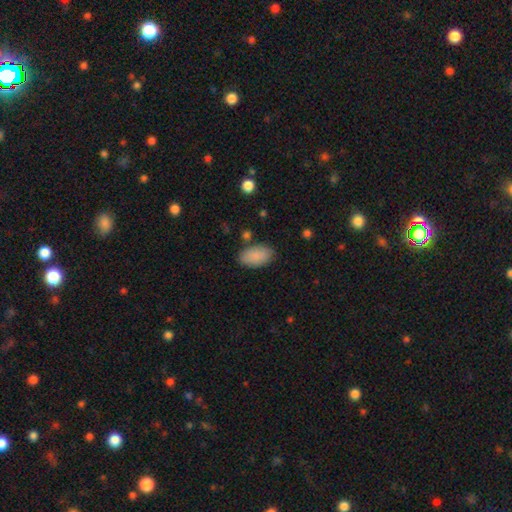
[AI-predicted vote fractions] smooth-or-featured: smooth: 88% | star or artifact: 7% | featured or disk: 6%
  how-rounded: in between: 94% | round: 4% | cigar-shaped: 2%
  merging: none: 80% | minor disturbance: 13% | major disturbance: 3% | merger: 3%